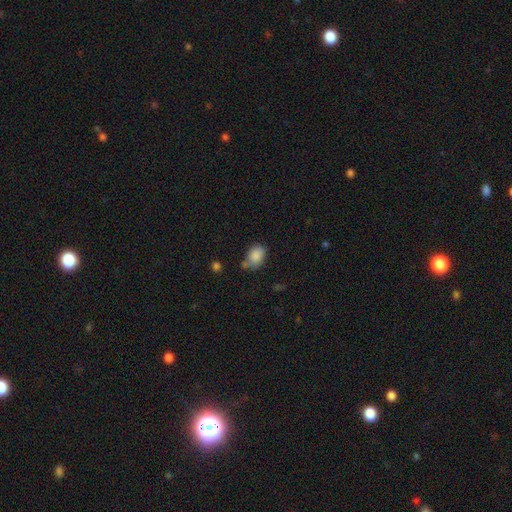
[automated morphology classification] Smooth or featured? Predicted: smooth (p=0.85). How rounded? Predicted: in between (p=0.72). Merging? Predicted: none (p=0.53).